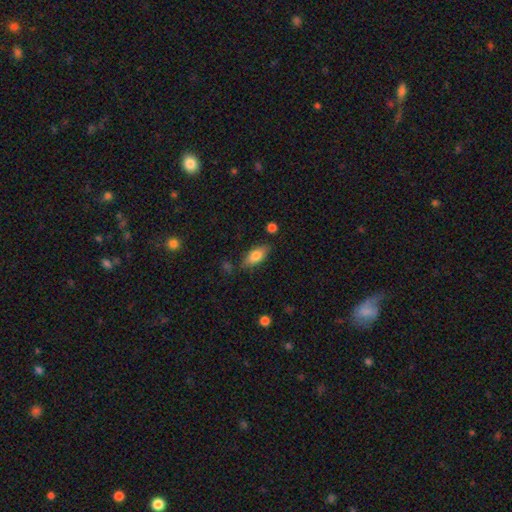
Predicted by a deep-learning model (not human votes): Q: Smooth or featured?
A: smooth (75%); runner-up: featured or disk (18%)
Q: How rounded?
A: in between (81%); runner-up: cigar-shaped (15%)
Q: Merging?
A: none (77%); runner-up: minor disturbance (16%)